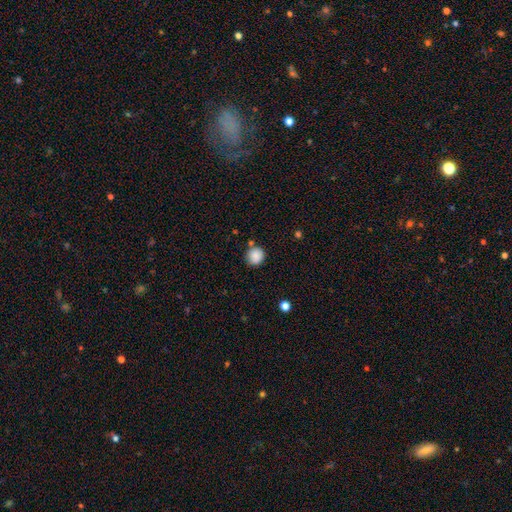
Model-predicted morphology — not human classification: The model was most divided on "merging": none: 77%, minor disturbance: 13%, merger: 7%, major disturbance: 3%. More confident: how rounded — round (89%); smooth or featured — smooth (87%).